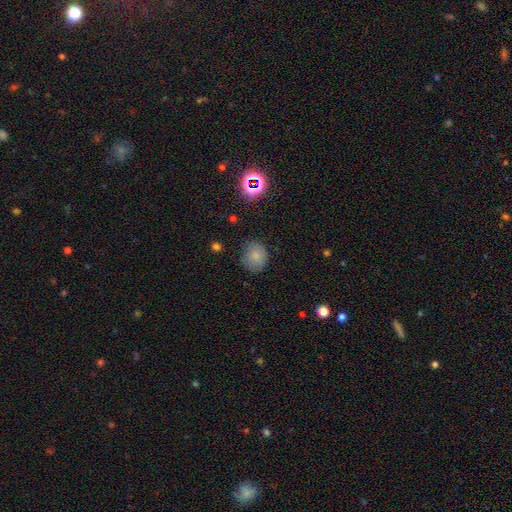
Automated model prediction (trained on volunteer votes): The model was most divided on "how rounded": round: 72%, in between: 27%, cigar-shaped: 1%. More confident: smooth or featured — smooth (80%); merging — none (78%).